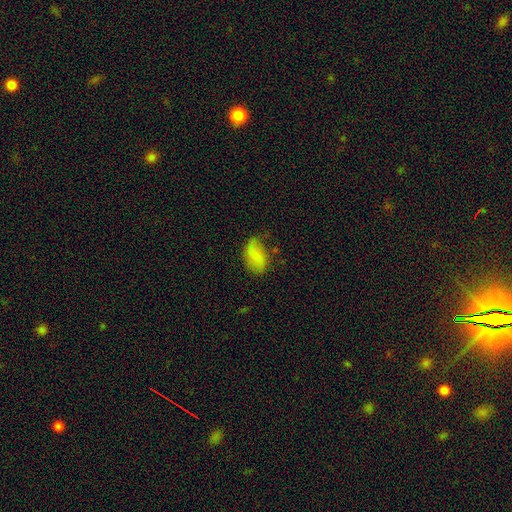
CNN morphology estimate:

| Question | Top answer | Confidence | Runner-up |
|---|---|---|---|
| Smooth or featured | smooth | 69% | featured or disk (23%) |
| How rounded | in between | 92% | round (6%) |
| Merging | none | 57% | minor disturbance (30%) |